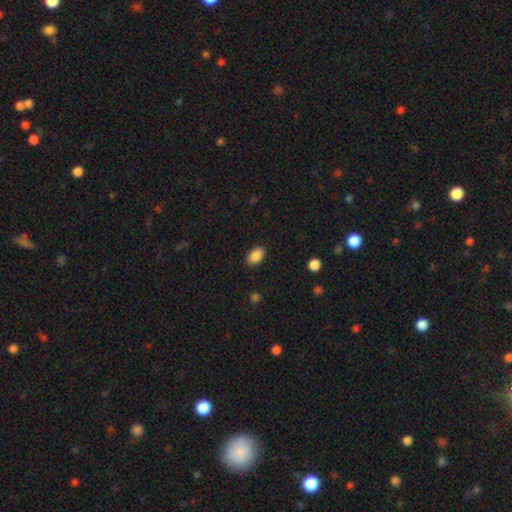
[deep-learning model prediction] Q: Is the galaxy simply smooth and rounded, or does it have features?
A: smooth — 89%.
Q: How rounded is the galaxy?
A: in between — 91%.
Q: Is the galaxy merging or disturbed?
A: none — 88%.